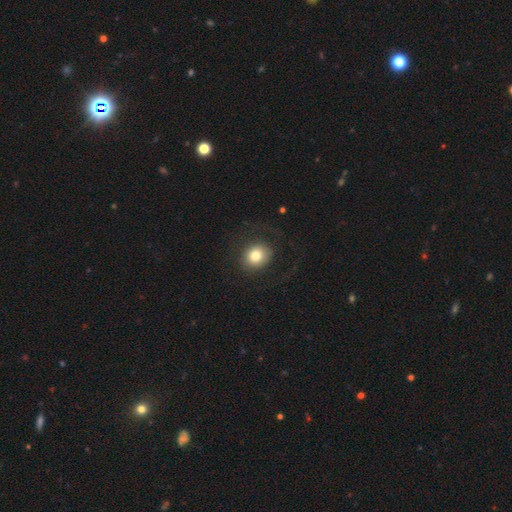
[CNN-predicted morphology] smooth_or_featured: smooth (p=0.78) [alt: featured or disk p=0.12]
how_rounded: round (p=0.77) [alt: in between p=0.22]
merging: none (p=0.77) [alt: minor disturbance p=0.11]